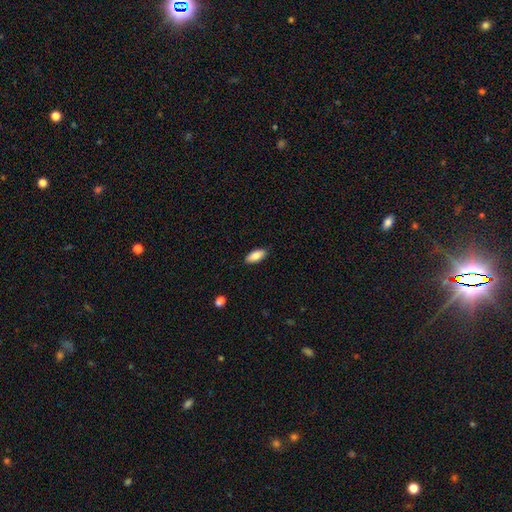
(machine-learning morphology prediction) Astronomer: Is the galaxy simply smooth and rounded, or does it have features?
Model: smooth — 84%.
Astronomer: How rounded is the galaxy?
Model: in between — 85%.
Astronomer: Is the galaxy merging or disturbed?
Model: none — 89%.